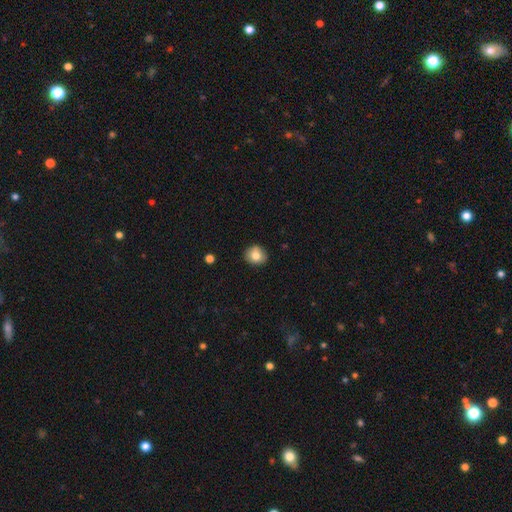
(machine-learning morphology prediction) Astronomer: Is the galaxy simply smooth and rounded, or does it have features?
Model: smooth — 80%.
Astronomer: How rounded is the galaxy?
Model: round — 81%.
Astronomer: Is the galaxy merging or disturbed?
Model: none — 85%.